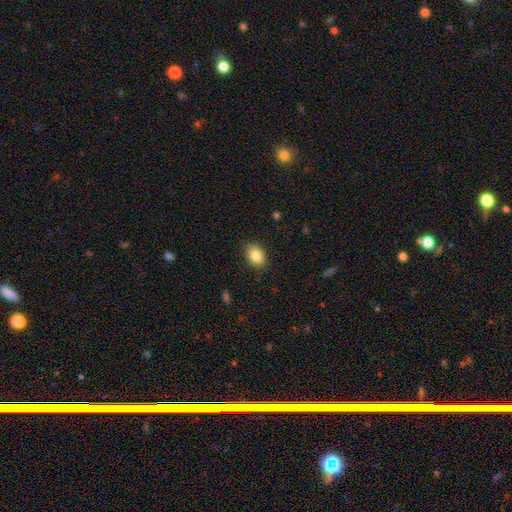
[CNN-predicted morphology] Smooth or featured?
  - smooth: 85% *
  - star or artifact: 8%
  - featured or disk: 7%
How rounded?
  - in between: 75% *
  - round: 24%
  - cigar-shaped: 1%
Merging?
  - none: 88% *
  - minor disturbance: 9%
  - major disturbance: 2%
  - merger: 1%